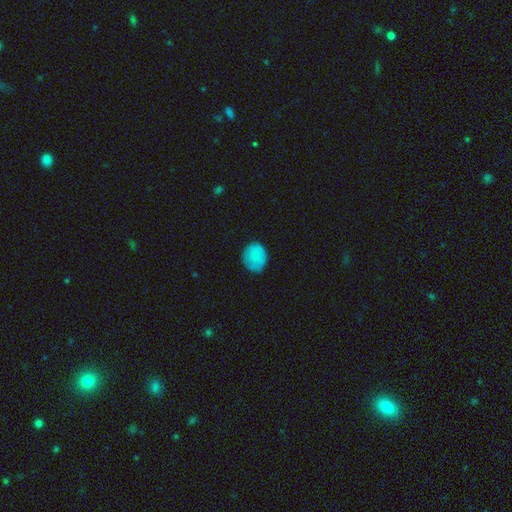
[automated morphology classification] type=smooth (83%); roundness=round (77%); merging=none (74%).